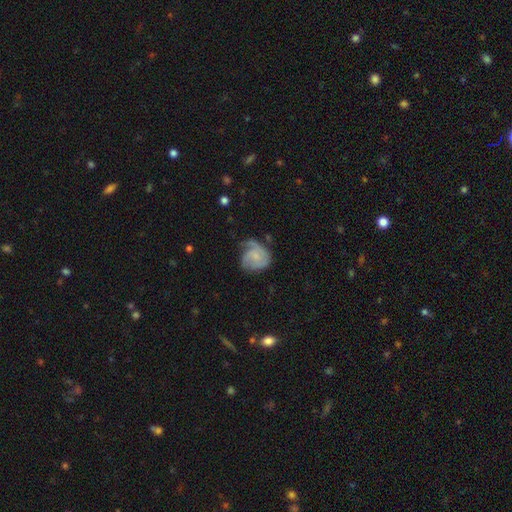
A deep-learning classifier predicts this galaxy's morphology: type=featured or disk (65%); edge-on=no (98%); bar=no (71%); spiral arms=yes (89%); winding=medium (40%); arm count=2 (29%); bulge=small (59%); merging=none (43%).